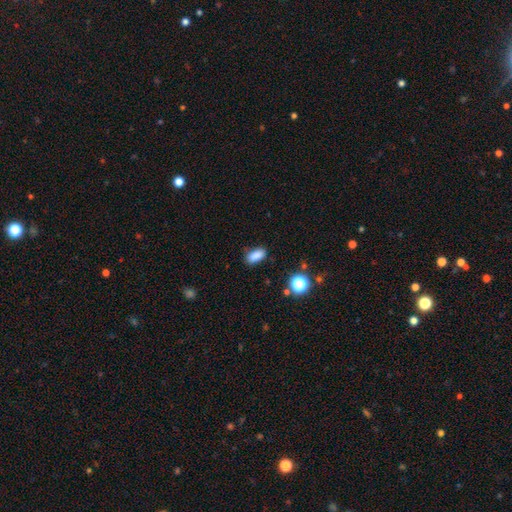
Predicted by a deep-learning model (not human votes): A smooth galaxy with no disk features (85%) that is in between round and cigar-shaped (83%).

Vote fractions:
- Smooth or featured? smooth: 85% / star or artifact: 11% / featured or disk: 4%
- How rounded? in between: 83% / cigar-shaped: 10% / round: 7%
- Merging? none: 81% / minor disturbance: 14% / major disturbance: 3% / merger: 2%